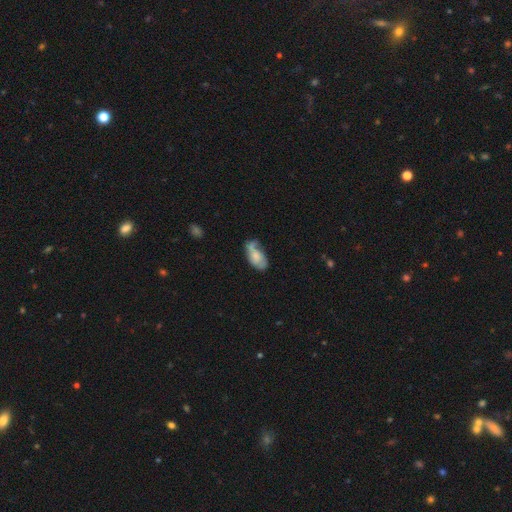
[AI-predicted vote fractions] Morphology: type=smooth (55%); roundness=in between (91%); merging=none (36%).